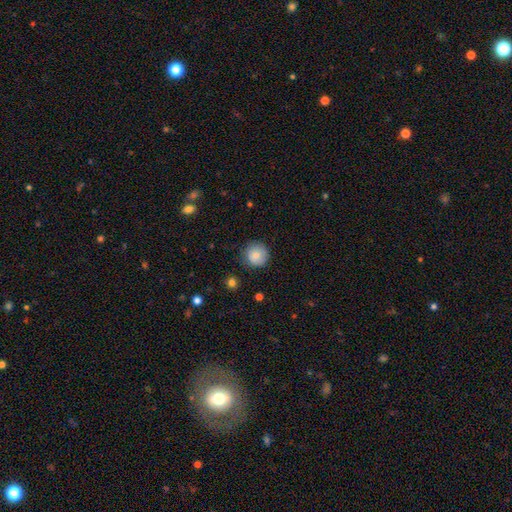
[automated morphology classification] smooth 83%, featured or disk 9%, star or artifact 8%. Down the decision tree: how rounded — round (94%); merging — none (82%).